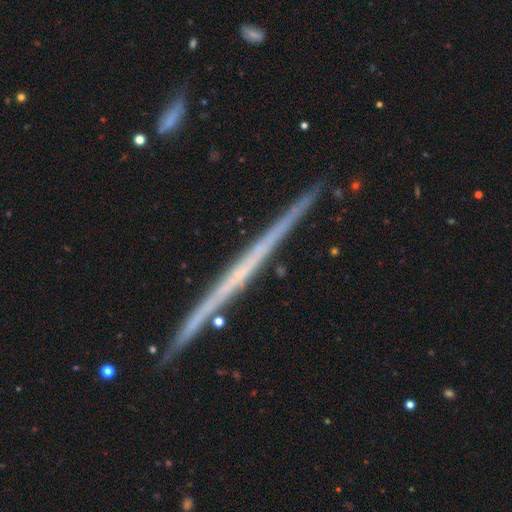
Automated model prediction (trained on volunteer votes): smooth-or-featured: featured or disk: 74% | smooth: 20% | star or artifact: 6%
  disk-edge-on: yes: 98% | no: 2%
    edge-on-bulge: none: 89% | rounded: 7% | boxy: 4%
  merging: none: 90% | minor disturbance: 7% | merger: 2% | major disturbance: 1%